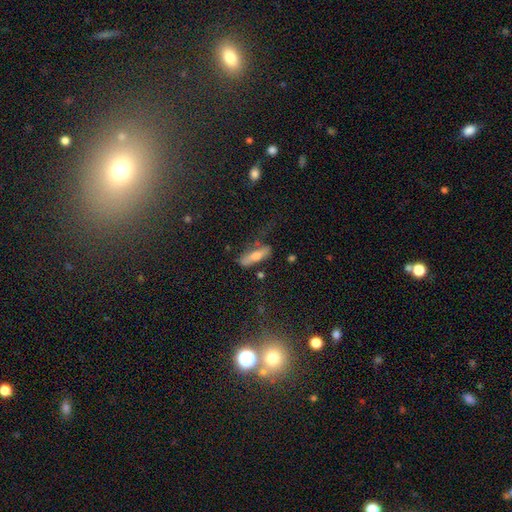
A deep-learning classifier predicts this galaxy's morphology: Smooth or featured? Predicted: smooth (p=0.58). How rounded? Predicted: cigar-shaped (p=0.54). Merging? Predicted: none (p=0.46).